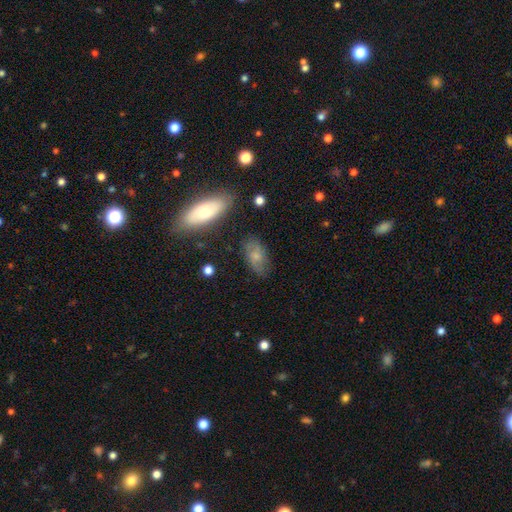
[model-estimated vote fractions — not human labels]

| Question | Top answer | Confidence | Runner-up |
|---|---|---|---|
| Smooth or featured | smooth | 59% | featured or disk (32%) |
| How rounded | in between | 89% | cigar-shaped (6%) |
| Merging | none | 71% | minor disturbance (20%) |